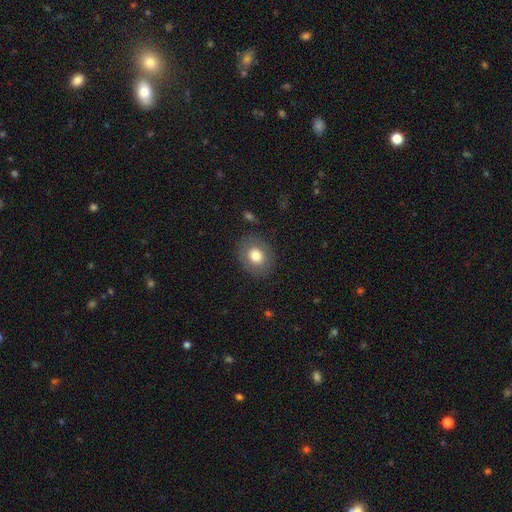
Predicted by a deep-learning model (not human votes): The model was most divided on "how rounded": round: 53%, in between: 46%, cigar-shaped: 1%. More confident: merging — none (86%); smooth or featured — smooth (75%).